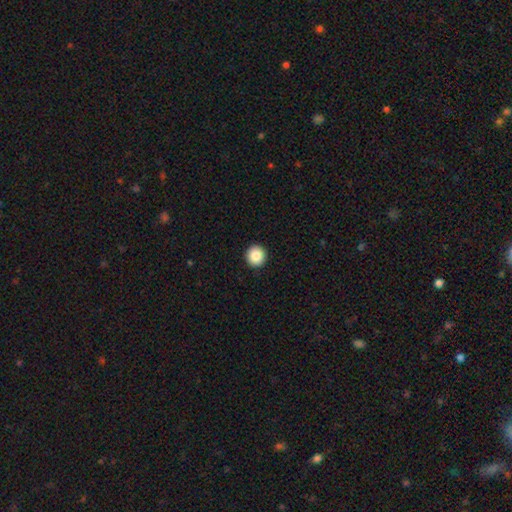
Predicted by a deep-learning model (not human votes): Smooth or featured?
  - smooth: 87% *
  - star or artifact: 8%
  - featured or disk: 4%
How rounded?
  - round: 96% *
  - in between: 3%
  - cigar-shaped: 1%
Merging?
  - none: 94% *
  - minor disturbance: 4%
  - major disturbance: 1%
  - merger: 1%